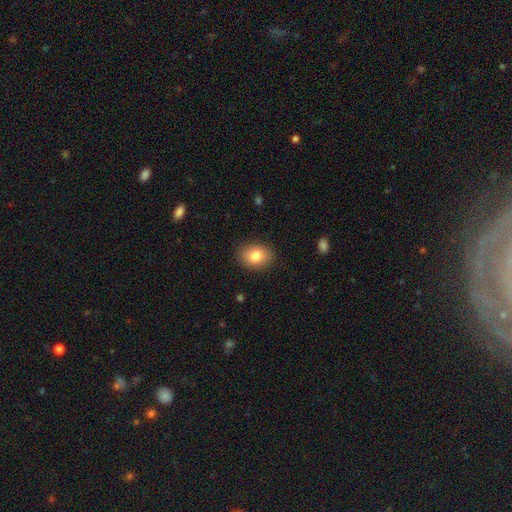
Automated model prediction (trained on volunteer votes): A smooth galaxy with no disk features (82%) that is in between round and cigar-shaped (63%). Merging: none (88%).